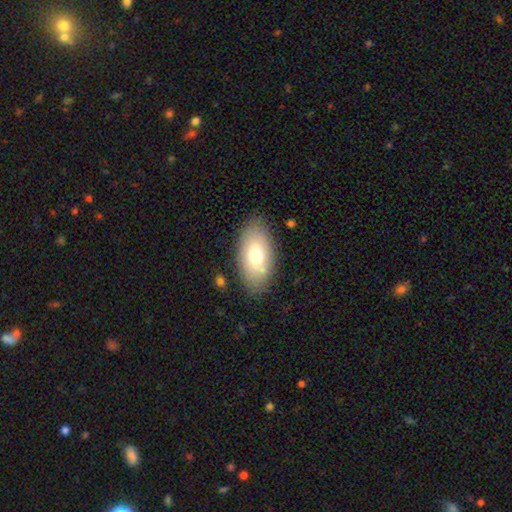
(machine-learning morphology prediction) Smooth or featured?
  - smooth: 70% *
  - featured or disk: 23%
  - star or artifact: 8%
How rounded?
  - in between: 93% *
  - round: 5%
  - cigar-shaped: 3%
Merging?
  - none: 81% *
  - minor disturbance: 12%
  - major disturbance: 4%
  - merger: 2%